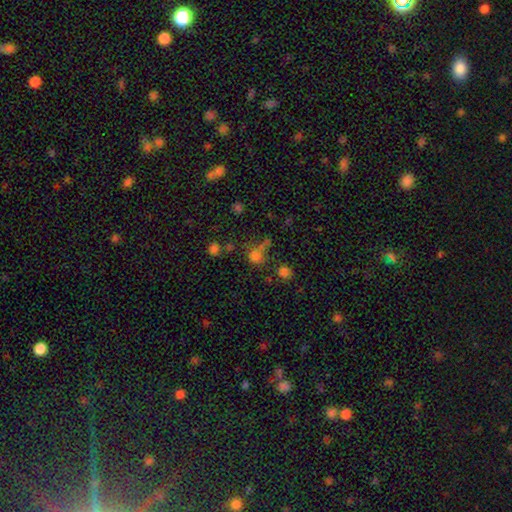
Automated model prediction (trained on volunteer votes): Overall: smooth (68%). How rounded: round (84%). Merging: none (54%; merger 23%).